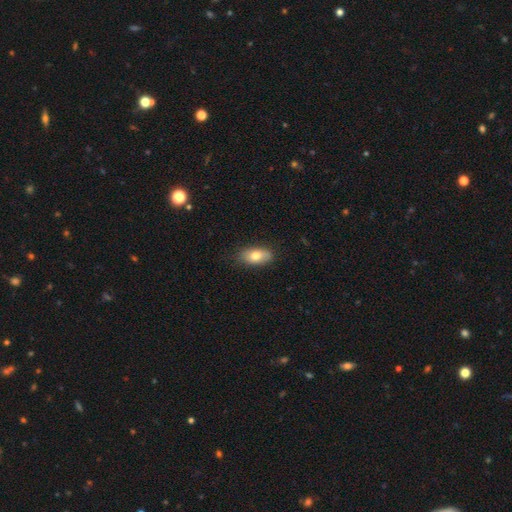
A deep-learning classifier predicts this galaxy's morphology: type=smooth (76%); roundness=in between (89%); merging=none (79%).